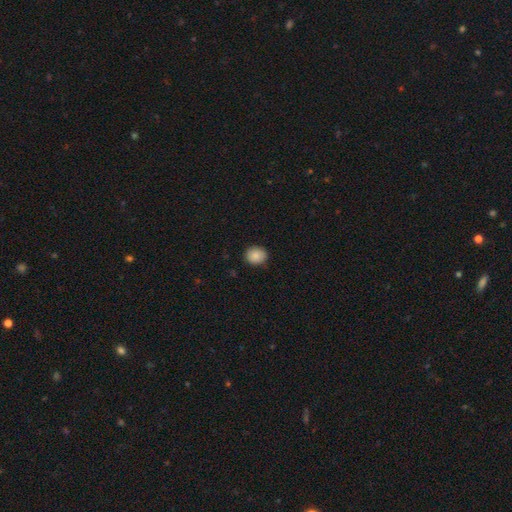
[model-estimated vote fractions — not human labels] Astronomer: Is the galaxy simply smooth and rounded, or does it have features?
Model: smooth — 87%.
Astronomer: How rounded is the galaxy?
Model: round — 70%.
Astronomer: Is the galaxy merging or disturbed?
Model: none — 88%.